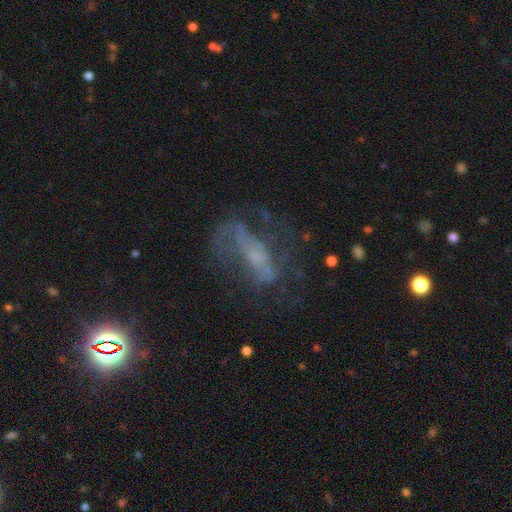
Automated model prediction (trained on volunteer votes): The model was most divided on "spiral arms": no: 52%, yes: 48%. Remaining: edge-on disk — no (87%); smooth or featured — featured or disk (58%); bar — no (55%); merging — none (47%); bulge size — small (43%).